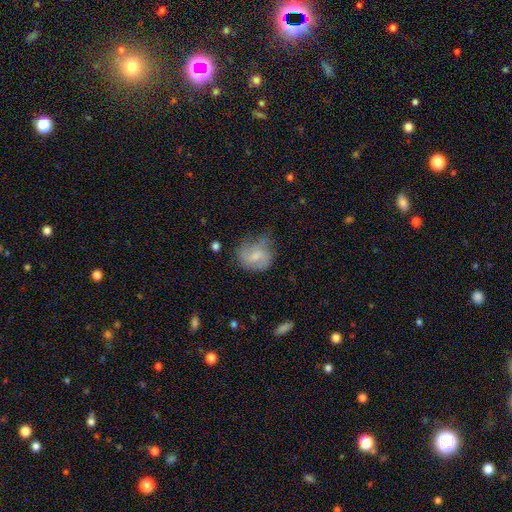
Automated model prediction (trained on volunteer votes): Smooth or featured?
  - smooth: 58% *
  - featured or disk: 34%
  - star or artifact: 8%
How rounded?
  - round: 66% *
  - in between: 32%
  - cigar-shaped: 1%
Merging?
  - none: 48% *
  - minor disturbance: 33%
  - major disturbance: 17%
  - merger: 2%